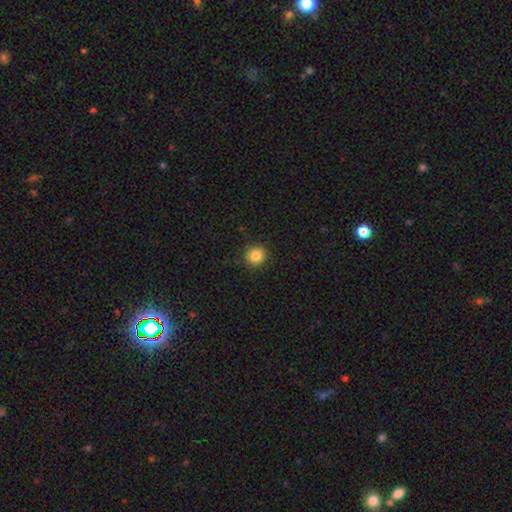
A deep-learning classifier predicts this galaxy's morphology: Smooth or featured?
  - smooth: 84% *
  - star or artifact: 11%
  - featured or disk: 5%
How rounded?
  - round: 91% *
  - in between: 8%
  - cigar-shaped: 1%
Merging?
  - none: 91% *
  - minor disturbance: 6%
  - major disturbance: 2%
  - merger: 1%